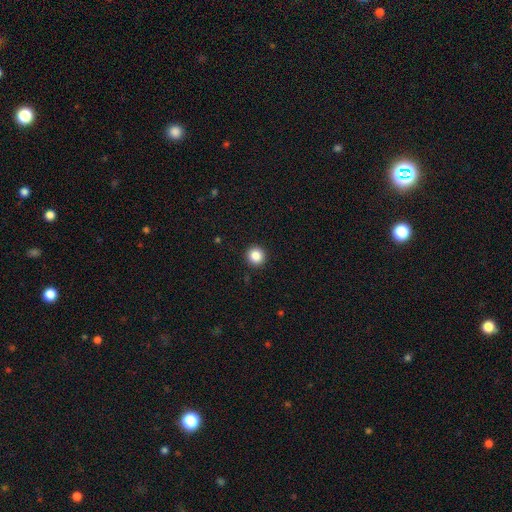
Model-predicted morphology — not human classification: smooth-or-featured: smooth: 86% | star or artifact: 10% | featured or disk: 4%
  how-rounded: round: 95% | in between: 4% | cigar-shaped: 1%
  merging: none: 93% | minor disturbance: 5% | major disturbance: 2% | merger: 1%